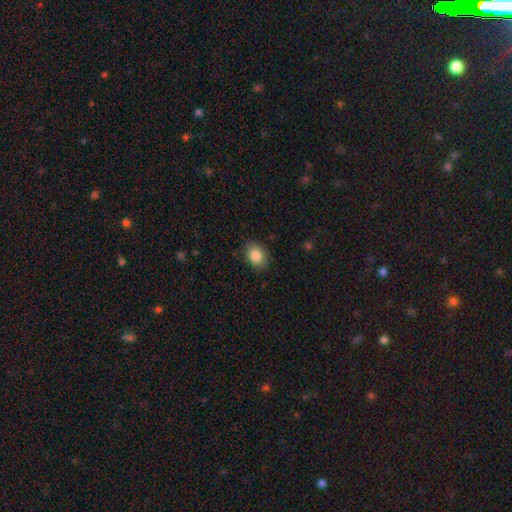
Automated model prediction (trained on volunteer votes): The model was most divided on "how rounded": in between: 58%, round: 41%, cigar-shaped: 1%. More confident: smooth or featured — smooth (86%); merging — none (80%).